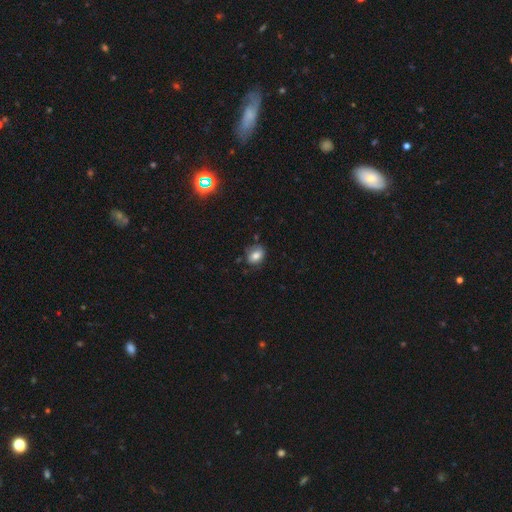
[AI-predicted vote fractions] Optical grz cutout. It shows a smooth galaxy with no disk features (76%) that is in between round and cigar-shaped (59%). Merging: none (69%).